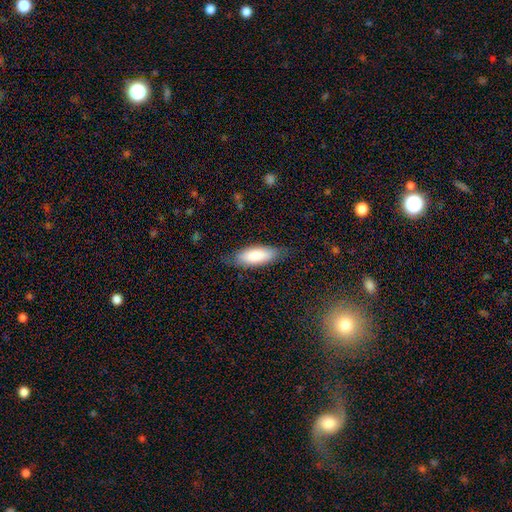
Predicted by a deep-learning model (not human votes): A smooth galaxy with no disk features (82%) that is in between round and cigar-shaped (74%). Merging: none (77%).